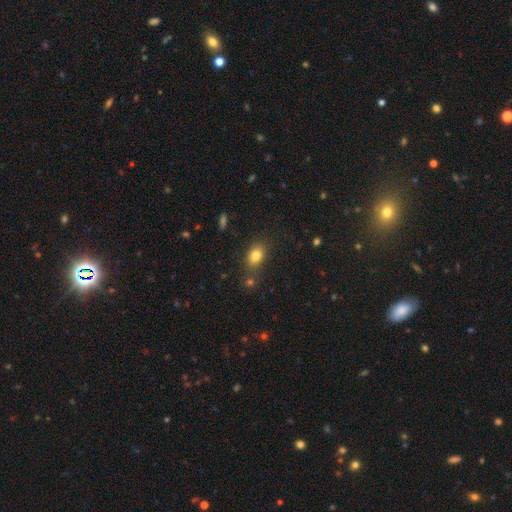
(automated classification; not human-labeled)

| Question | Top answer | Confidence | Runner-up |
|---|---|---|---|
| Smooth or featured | smooth | 81% | star or artifact (11%) |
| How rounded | in between | 75% | round (24%) |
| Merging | none | 76% | minor disturbance (14%) |